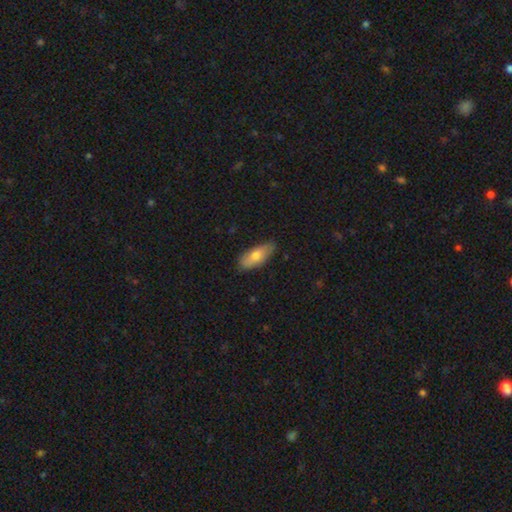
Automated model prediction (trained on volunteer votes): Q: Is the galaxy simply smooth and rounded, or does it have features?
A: smooth — 72%.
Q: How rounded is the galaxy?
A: in between — 76%.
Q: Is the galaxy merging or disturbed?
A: none — 80%.